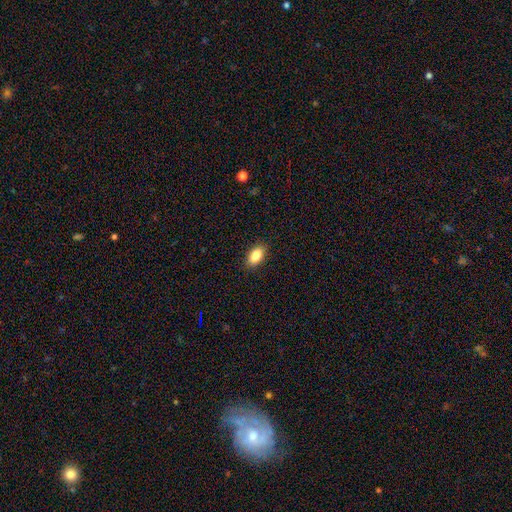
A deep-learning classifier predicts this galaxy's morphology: smooth 87%, star or artifact 7%, featured or disk 6%. Down the decision tree: how rounded — in between (91%); merging — none (89%).